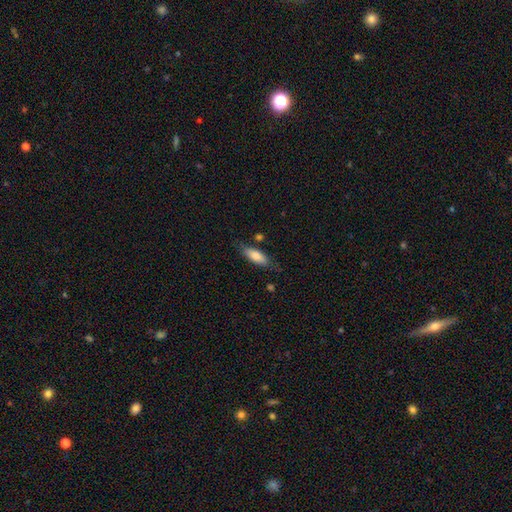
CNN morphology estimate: Overall: smooth (77%). How rounded: in between (69%; cigar-shaped 29%). Merging: none (74%).